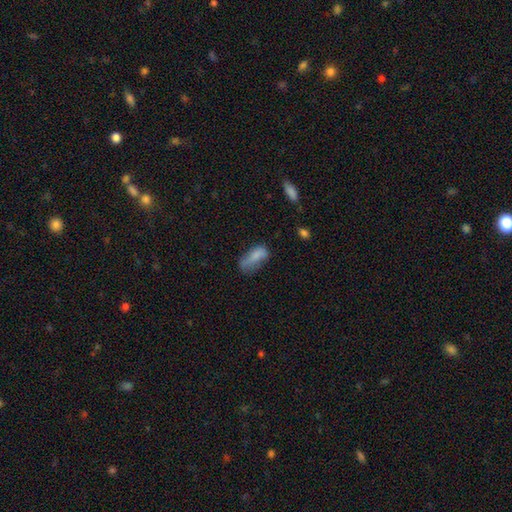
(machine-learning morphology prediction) smooth 76%, featured or disk 14%, star or artifact 10%. Down the decision tree: how rounded — in between (81%); merging — minor disturbance (35%).